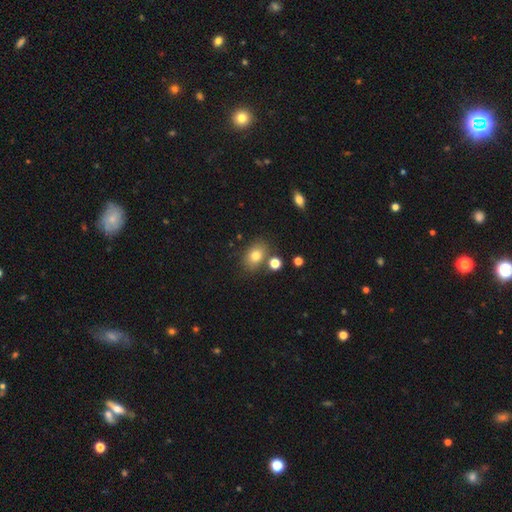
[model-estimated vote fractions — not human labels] Smooth or featured? smooth (78%)
How rounded? in between (73%)
Merging? none (74%)